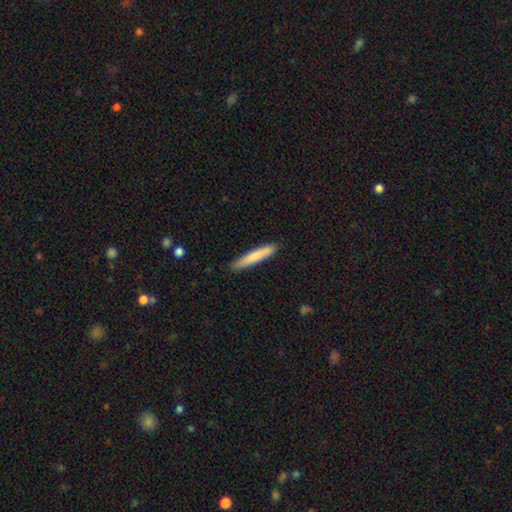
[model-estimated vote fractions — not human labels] smooth 78%, featured or disk 17%, star or artifact 5%. Down the decision tree: how rounded — cigar-shaped (94%); merging — none (88%).